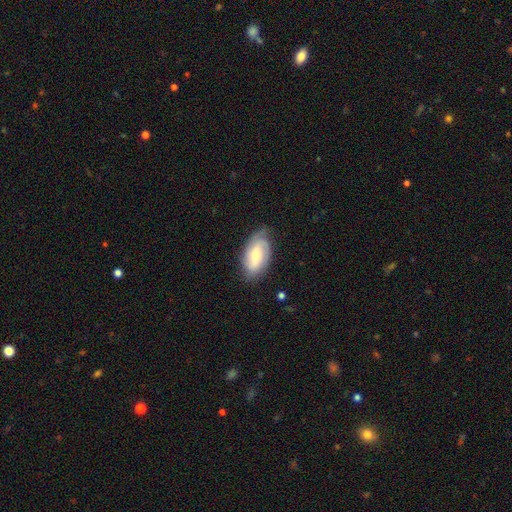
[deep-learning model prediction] Smooth or featured: featured or disk — 55% (smooth — 39%)
Edge-on disk: no — 94% (yes — 6%)
Bar: no — 51% (weak — 38%)
Spiral arms: yes — 87% (no — 13%)
Bulge size: small — 47% (moderate — 44%)
Merging: none — 68% (minor disturbance — 24%)